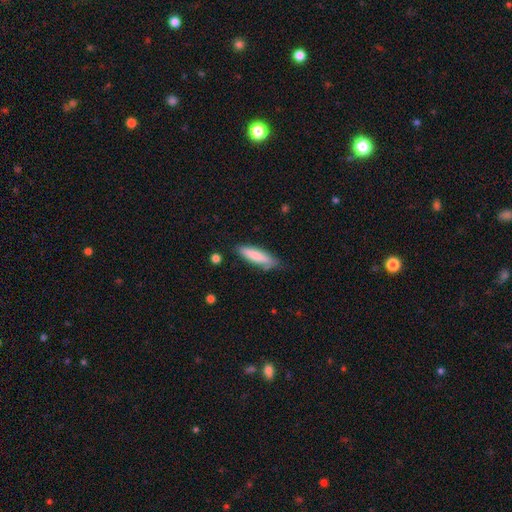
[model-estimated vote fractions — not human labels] Smooth or featured: smooth — 81% (featured or disk — 13%)
How rounded: cigar-shaped — 70% (in between — 29%)
Merging: none — 76% (minor disturbance — 18%)